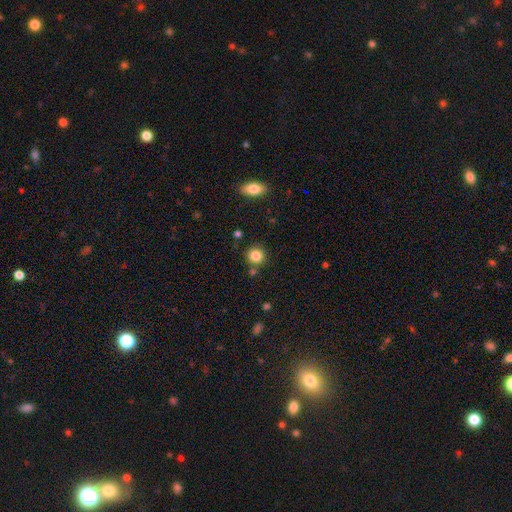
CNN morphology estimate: Smooth or featured? Predicted: smooth (p=0.84). How rounded? Predicted: round (p=0.90). Merging? Predicted: none (p=0.82).